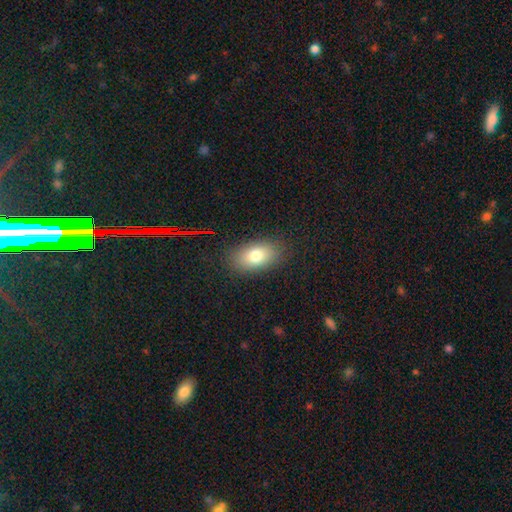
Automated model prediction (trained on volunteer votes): Morphology: type=smooth (77%); roundness=in between (88%); merging=none (86%).